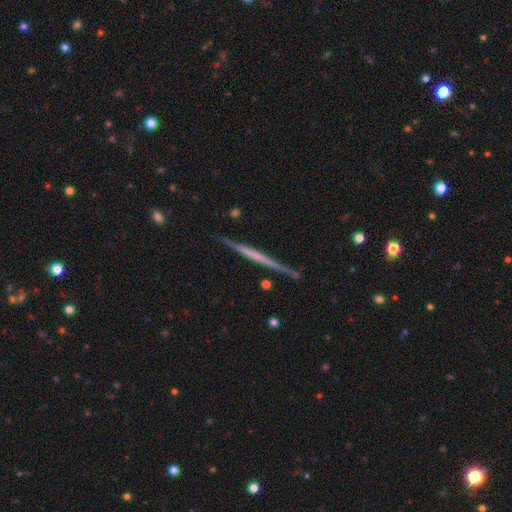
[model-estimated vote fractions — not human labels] This appears to be a featured or disk galaxy (65%) viewed edge-on (98%) with no central bulge (72%). Merging: none (90%).